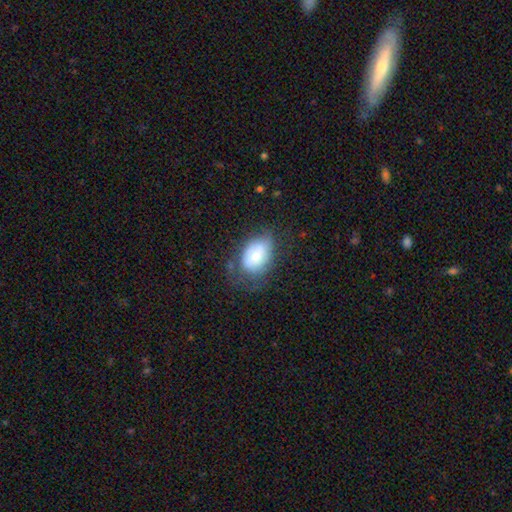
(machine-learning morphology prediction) Overall: smooth (58%; featured or disk 34%). How rounded: in between (83%). Merging: none (50%; minor disturbance 30%).